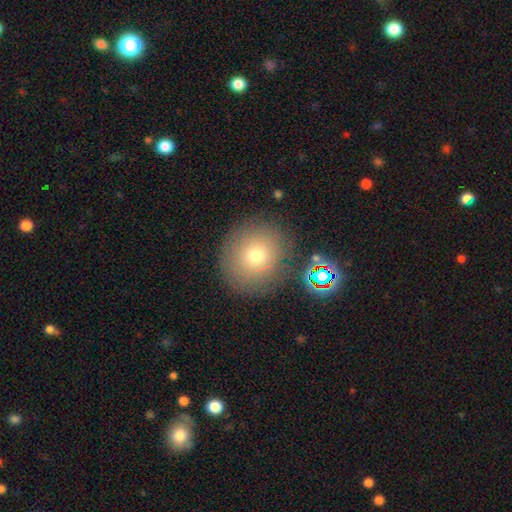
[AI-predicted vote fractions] Morphology: type=smooth (70%); roundness=round (84%); merging=none (81%).